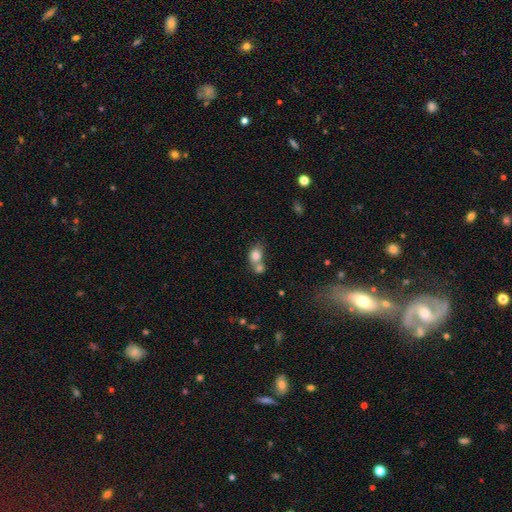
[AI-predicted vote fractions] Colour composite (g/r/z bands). It shows a smooth galaxy with no disk features (80%) that is in between round and cigar-shaped (59%). Merging: merger (58%).